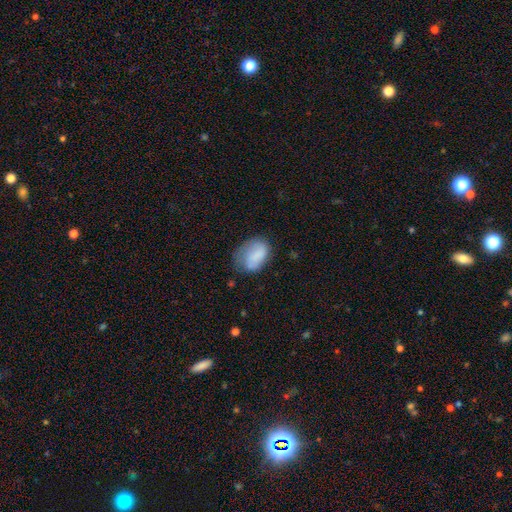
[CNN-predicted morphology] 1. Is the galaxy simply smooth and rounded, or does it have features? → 75% smooth, 17% featured or disk, 8% star or artifact.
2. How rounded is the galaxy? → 79% in between, 19% round, 1% cigar-shaped.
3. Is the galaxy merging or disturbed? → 46% none, 35% minor disturbance, 16% major disturbance, 3% merger.